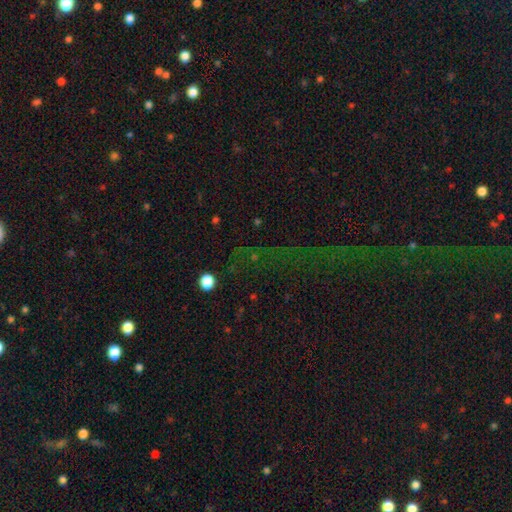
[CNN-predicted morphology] Q: Smooth or featured?
A: star or artifact (73%); runner-up: smooth (15%)